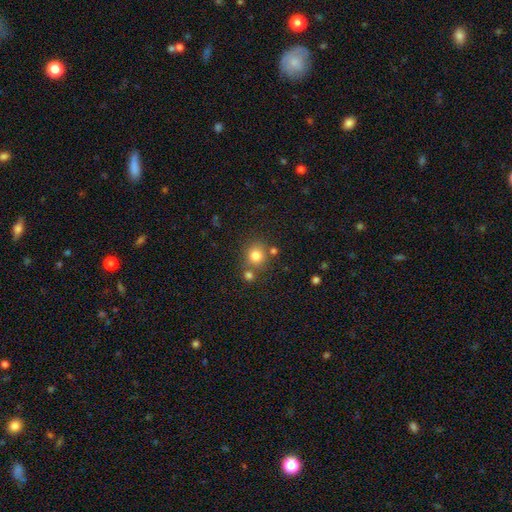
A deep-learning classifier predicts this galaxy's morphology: This is likely a smooth galaxy (80%). How rounded: clearly round (87%). Merging: likely none (71%).